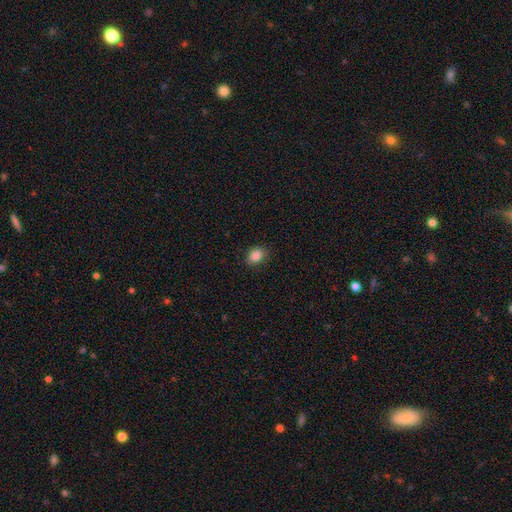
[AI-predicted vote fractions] The model was most divided on "how rounded": in between: 62%, round: 37%, cigar-shaped: 1%. More confident: merging — none (88%); smooth or featured — smooth (87%).